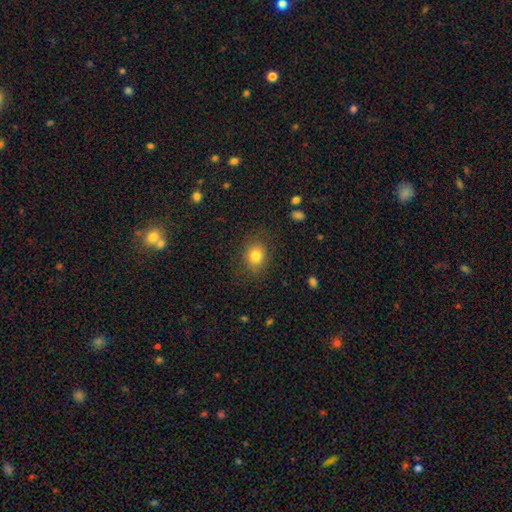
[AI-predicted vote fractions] Q: Smooth or featured?
A: smooth (80%); runner-up: star or artifact (11%)
Q: How rounded?
A: round (59%); runner-up: in between (41%)
Q: Merging?
A: none (82%); runner-up: minor disturbance (12%)